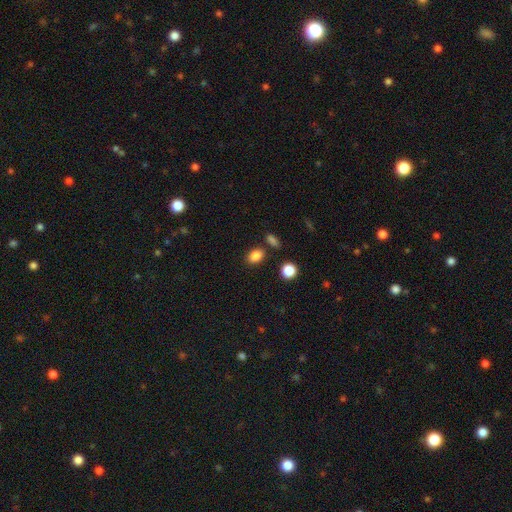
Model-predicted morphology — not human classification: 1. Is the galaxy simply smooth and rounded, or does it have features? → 85% smooth, 10% star or artifact, 4% featured or disk.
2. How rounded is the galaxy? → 73% in between, 26% round, 1% cigar-shaped.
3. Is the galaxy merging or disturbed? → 79% none, 10% minor disturbance, 7% merger, 3% major disturbance.